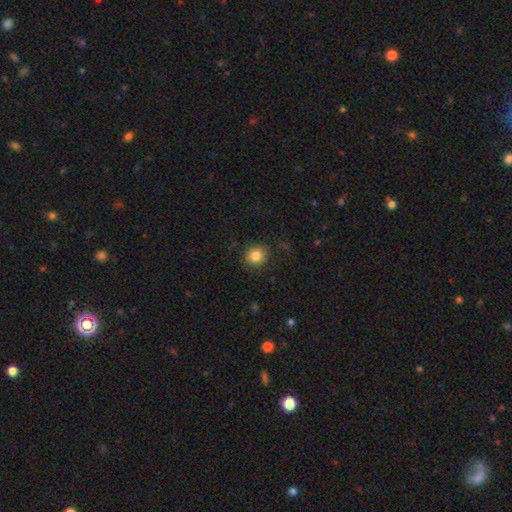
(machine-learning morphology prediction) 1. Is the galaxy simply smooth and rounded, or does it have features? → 83% smooth, 10% star or artifact, 6% featured or disk.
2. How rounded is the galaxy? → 87% round, 12% in between, 1% cigar-shaped.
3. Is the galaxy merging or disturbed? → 86% none, 10% minor disturbance, 3% major disturbance, 1% merger.